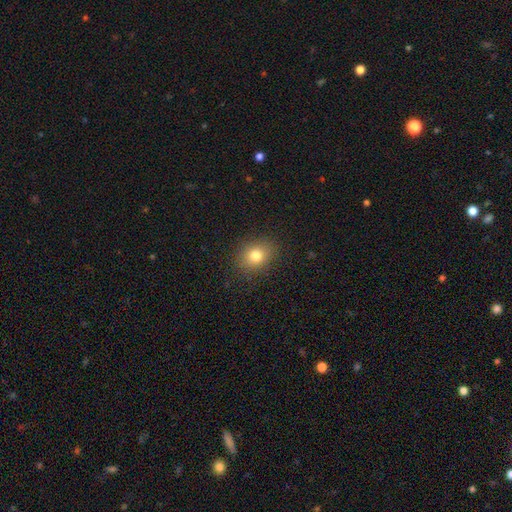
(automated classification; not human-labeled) smooth-or-featured: smooth: 79% | star or artifact: 12% | featured or disk: 9%
  how-rounded: round: 55% | in between: 44% | cigar-shaped: 1%
  merging: none: 88% | minor disturbance: 8% | major disturbance: 3% | merger: 1%